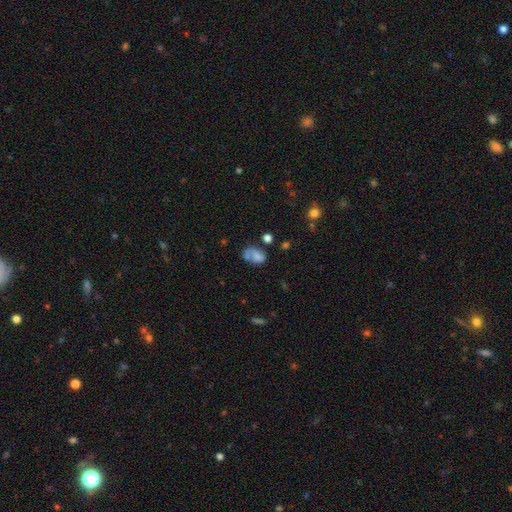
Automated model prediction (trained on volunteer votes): smooth-or-featured: smooth: 56% | featured or disk: 31% | star or artifact: 13%
  how-rounded: in between: 73% | round: 25% | cigar-shaped: 2%
  merging: none: 32% | merger: 29% | minor disturbance: 20% | major disturbance: 19%